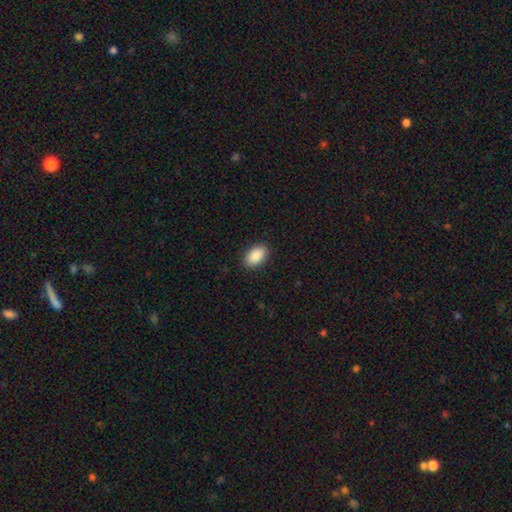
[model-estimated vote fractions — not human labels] A smooth galaxy with no disk features (91%) that is in between round and cigar-shaped (93%).

Vote fractions:
- Smooth or featured? smooth: 91% / star or artifact: 6% / featured or disk: 3%
- How rounded? in between: 93% / round: 6% / cigar-shaped: 1%
- Merging? none: 89% / minor disturbance: 8% / major disturbance: 2% / merger: 1%